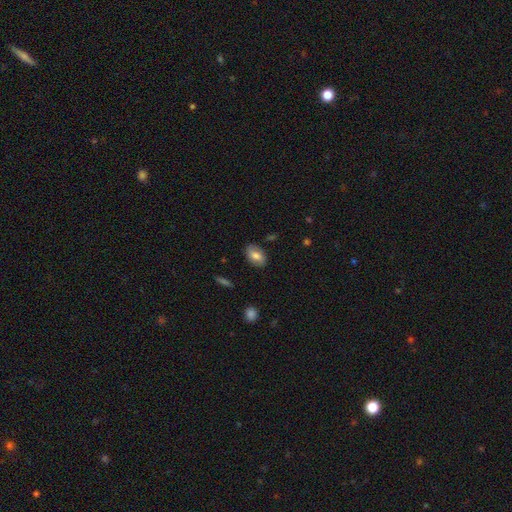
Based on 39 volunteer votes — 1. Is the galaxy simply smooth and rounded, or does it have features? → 72% smooth, 23% featured or disk, 5% star or artifact.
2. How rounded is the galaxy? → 89% in between, 11% round, 0% cigar-shaped.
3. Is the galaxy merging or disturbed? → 81% none, 14% minor disturbance, 5% major disturbance, 0% merger.